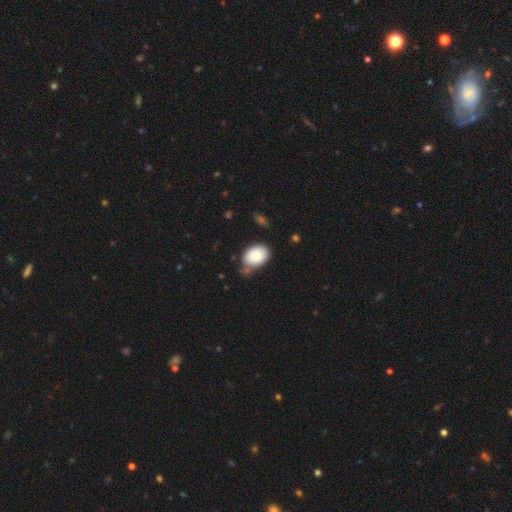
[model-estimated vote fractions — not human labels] smooth-or-featured: smooth: 85% | featured or disk: 9% | star or artifact: 7%
  how-rounded: in between: 76% | round: 23% | cigar-shaped: 1%
  merging: none: 68% | minor disturbance: 21% | merger: 6% | major disturbance: 5%